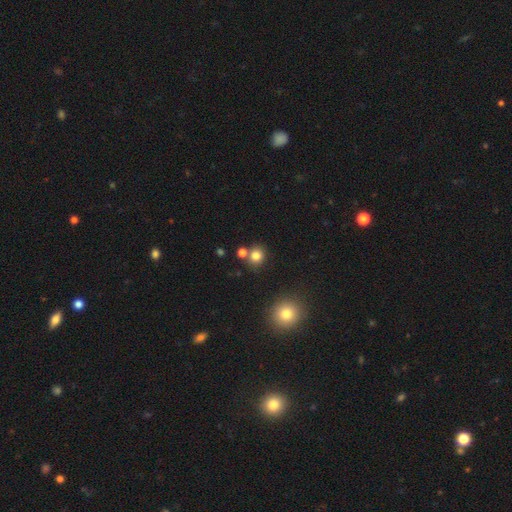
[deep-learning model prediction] Smooth or featured? smooth (79%)
How rounded? round (84%)
Merging? none (71%)